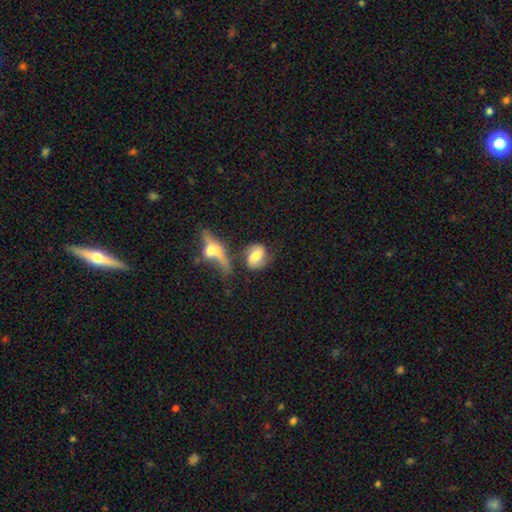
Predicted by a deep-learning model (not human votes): A featured or disk galaxy (58%) with a weak bar (44%), spiral arms (86%) and a moderate central bulge (57%). Merging: none (52%).